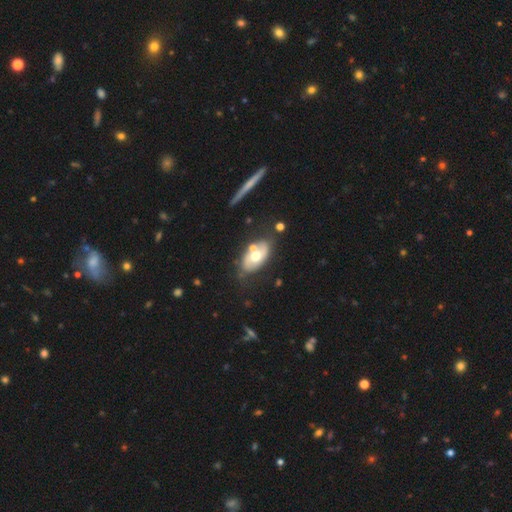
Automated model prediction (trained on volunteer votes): smooth_or_featured: featured or disk (p=0.48) [alt: smooth p=0.45]
merging: none (p=0.58) [alt: minor disturbance p=0.18]